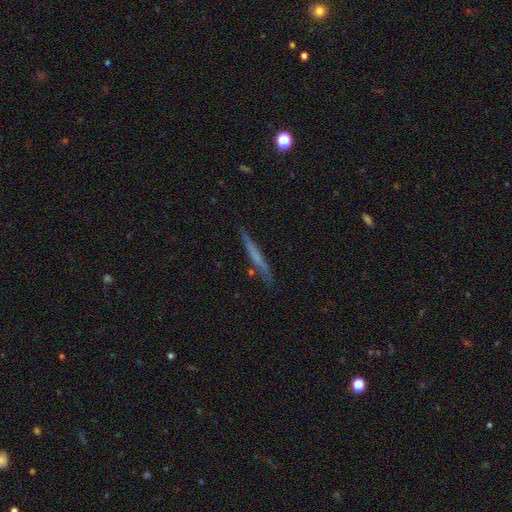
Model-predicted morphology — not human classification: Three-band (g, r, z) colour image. It shows a smooth galaxy with no disk features (48%). Merging: none (82%).